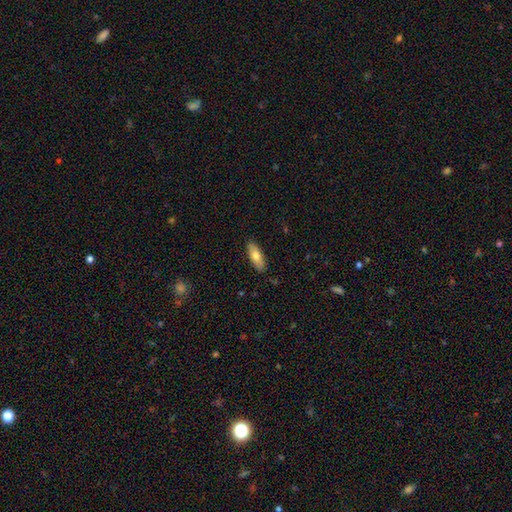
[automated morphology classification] Smooth or featured? smooth (71%)
How rounded? in between (67%)
Merging? none (88%)